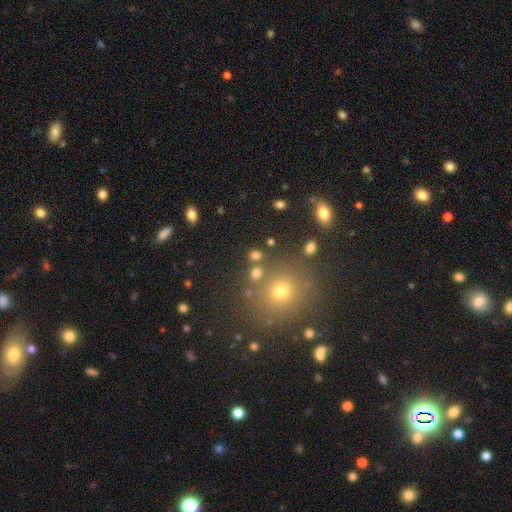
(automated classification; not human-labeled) The model was most divided on "how rounded": round: 74%, in between: 25%, cigar-shaped: 2%. More confident: merging — none (72%); smooth or featured — smooth (72%).